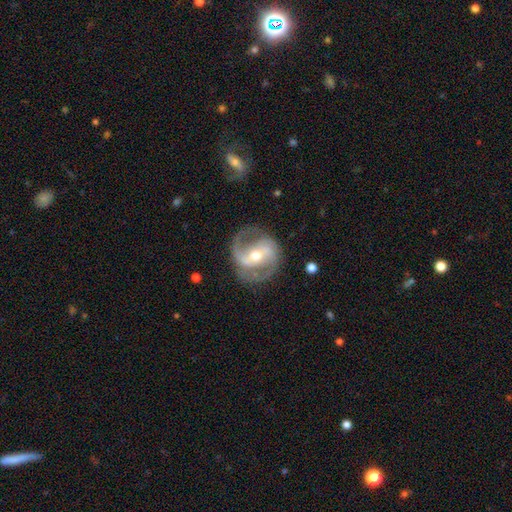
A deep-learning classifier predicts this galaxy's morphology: Q: Smooth or featured?
A: featured or disk (88%); runner-up: smooth (7%)
Q: Edge-on disk?
A: no (97%); runner-up: yes (3%)
Q: Bar?
A: strong (44%); runner-up: weak (36%)
Q: Spiral arms?
A: yes (95%); runner-up: no (5%)
Q: Spiral winding?
A: medium (54%); runner-up: loose (26%)
Q: Spiral arm count?
A: 2 (89%); runner-up: can't tell (3%)
Q: Bulge size?
A: moderate (62%); runner-up: small (33%)
Q: Merging?
A: none (79%); runner-up: minor disturbance (13%)